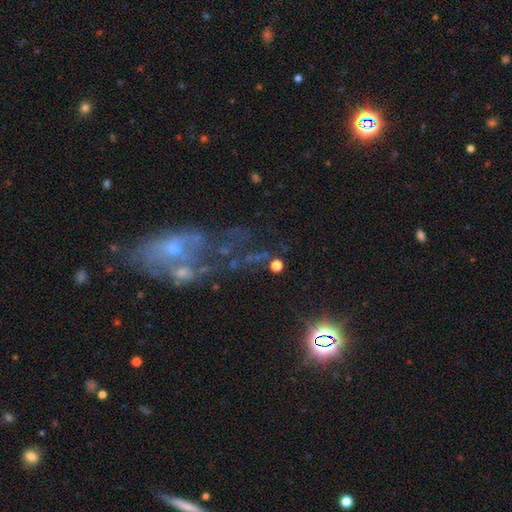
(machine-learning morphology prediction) Overall: featured or disk (47%; star or artifact 32%). Merging: none (37%; major disturbance 26%).